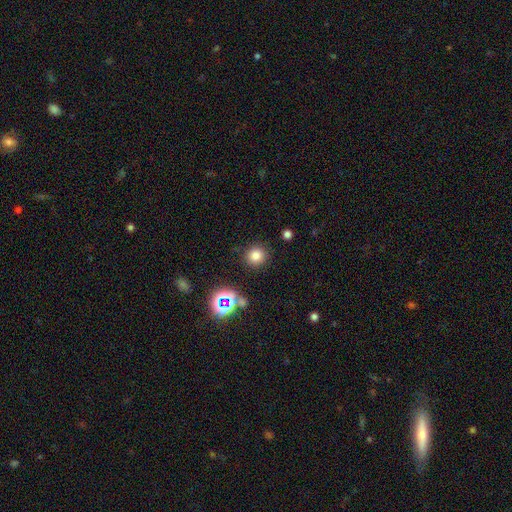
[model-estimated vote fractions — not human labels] Smooth or featured: smooth — 76% (star or artifact — 18%)
How rounded: round — 92% (in between — 7%)
Merging: none — 87% (minor disturbance — 7%)